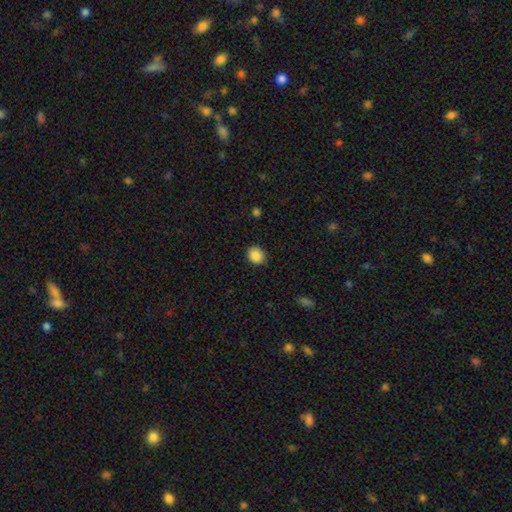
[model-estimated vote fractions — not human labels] This appears to be a smooth galaxy with no disk features (88%) that is round (65%). Merging: none (83%).